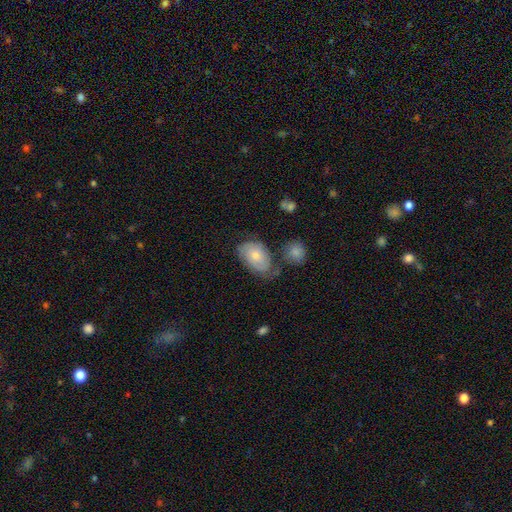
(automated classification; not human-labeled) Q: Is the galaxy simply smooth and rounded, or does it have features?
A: smooth — 68%.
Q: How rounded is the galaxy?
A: in between — 87%.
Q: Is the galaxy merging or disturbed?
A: none — 46%.